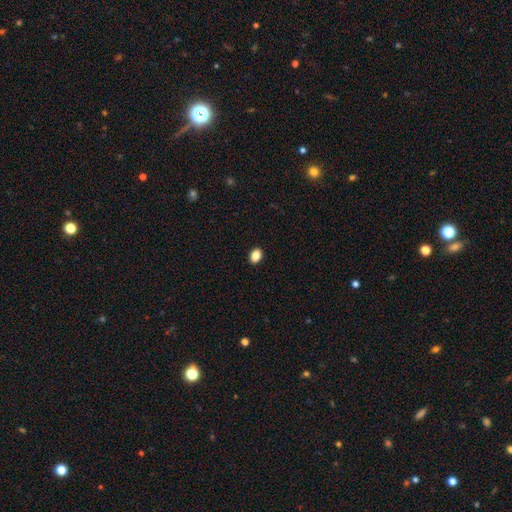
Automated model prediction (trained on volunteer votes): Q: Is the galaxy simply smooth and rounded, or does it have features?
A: smooth — 87%.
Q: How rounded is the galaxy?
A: in between — 73%.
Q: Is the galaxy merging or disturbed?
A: none — 91%.